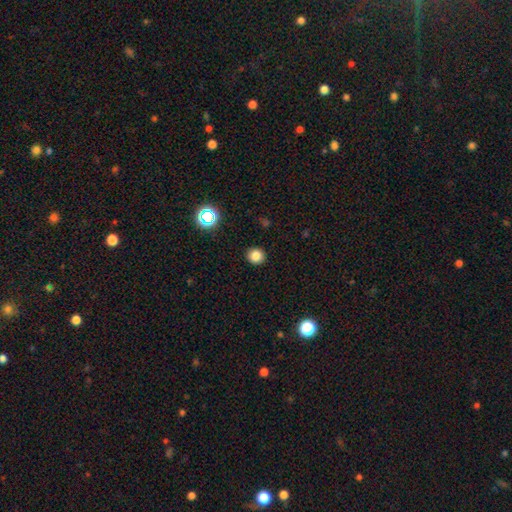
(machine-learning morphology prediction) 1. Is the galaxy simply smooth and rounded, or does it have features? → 81% smooth, 14% star or artifact, 5% featured or disk.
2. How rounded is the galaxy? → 89% round, 10% in between, 1% cigar-shaped.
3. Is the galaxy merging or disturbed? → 92% none, 5% minor disturbance, 2% major disturbance, 1% merger.